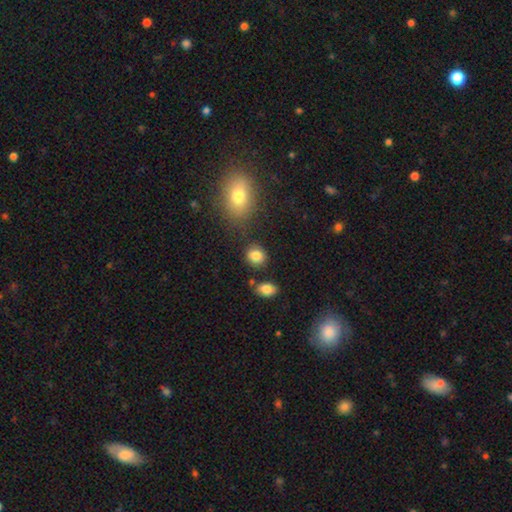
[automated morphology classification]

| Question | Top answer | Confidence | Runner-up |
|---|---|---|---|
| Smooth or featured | smooth | 85% | star or artifact (9%) |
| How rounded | round | 70% | in between (29%) |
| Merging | none | 80% | minor disturbance (10%) |